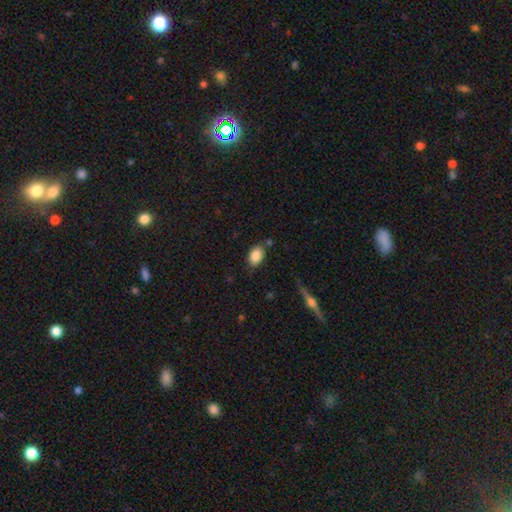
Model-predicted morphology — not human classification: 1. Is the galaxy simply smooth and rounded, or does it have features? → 86% smooth, 8% star or artifact, 7% featured or disk.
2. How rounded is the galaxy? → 87% in between, 11% round, 1% cigar-shaped.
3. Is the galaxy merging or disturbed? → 79% none, 13% minor disturbance, 4% merger, 3% major disturbance.